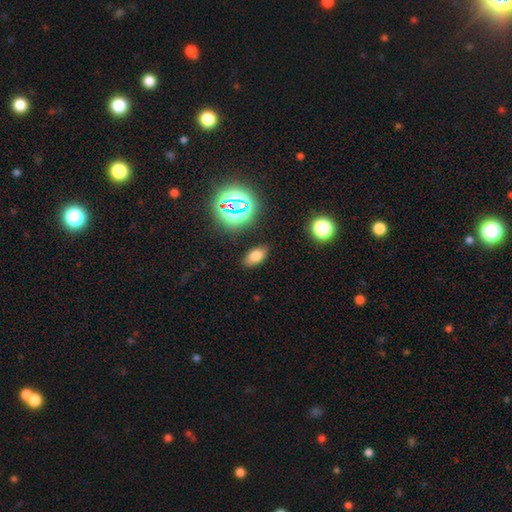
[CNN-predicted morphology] This is likely a smooth galaxy (71%). How rounded: clearly in between (90%). Merging: clearly none (86%).